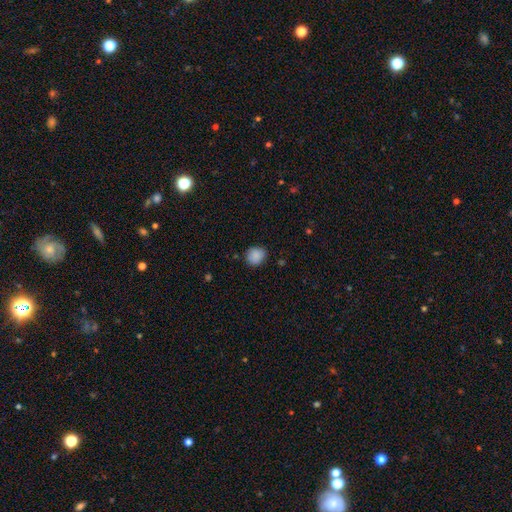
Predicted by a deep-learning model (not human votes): Morphology: type=smooth (88%); roundness=round (75%); merging=none (81%).